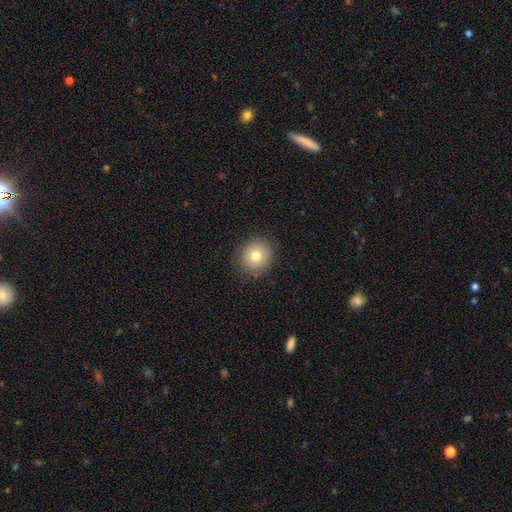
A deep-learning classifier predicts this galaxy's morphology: Smooth or featured: smooth — 76% (featured or disk — 14%)
How rounded: round — 85% (in between — 14%)
Merging: none — 86% (minor disturbance — 10%)